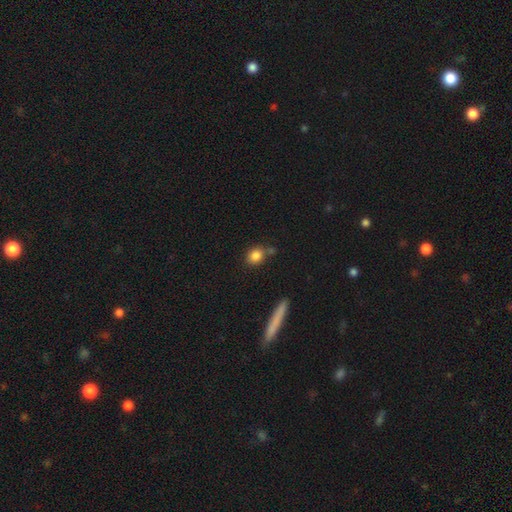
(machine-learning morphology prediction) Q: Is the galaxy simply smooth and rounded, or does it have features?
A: smooth — 84%.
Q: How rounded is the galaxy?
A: round — 63%.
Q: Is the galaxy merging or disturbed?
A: none — 68%.